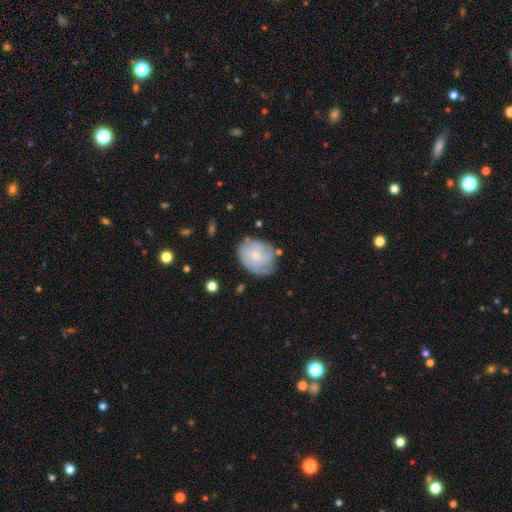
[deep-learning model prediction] Smooth or featured: featured or disk — 58% (smooth — 35%)
Edge-on disk: no — 98% (yes — 2%)
Bar: no — 72% (weak — 26%)
Spiral arms: yes — 85% (no — 15%)
Bulge size: small — 65% (moderate — 27%)
Merging: none — 70% (minor disturbance — 21%)